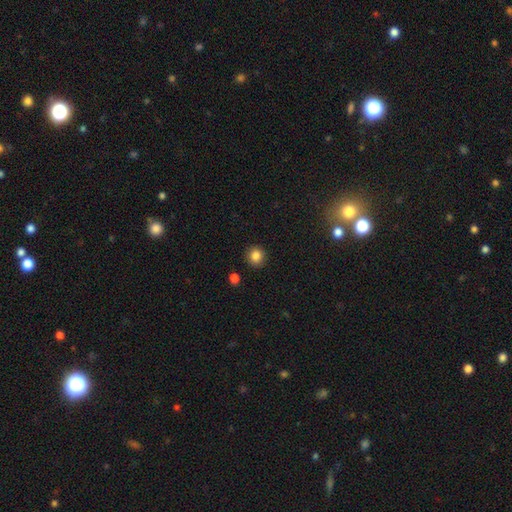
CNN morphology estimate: The model was most divided on "smooth or featured": smooth: 85%, star or artifact: 10%, featured or disk: 5%. More confident: merging — none (91%); how rounded — round (90%).